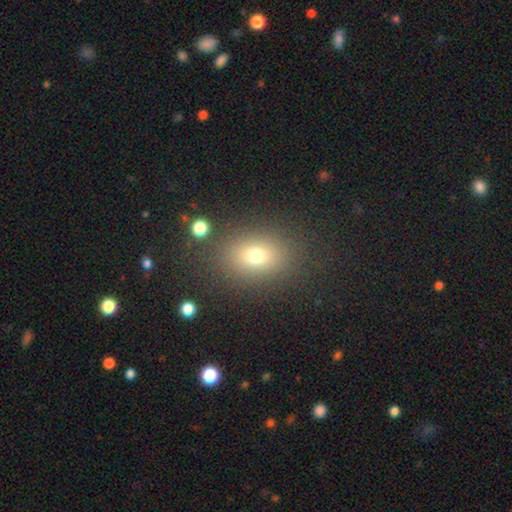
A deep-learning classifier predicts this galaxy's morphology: smooth_or_featured: smooth (p=0.72) [alt: star or artifact p=0.15]
how_rounded: in between (p=0.63) [alt: round p=0.35]
merging: none (p=0.84) [alt: minor disturbance p=0.09]